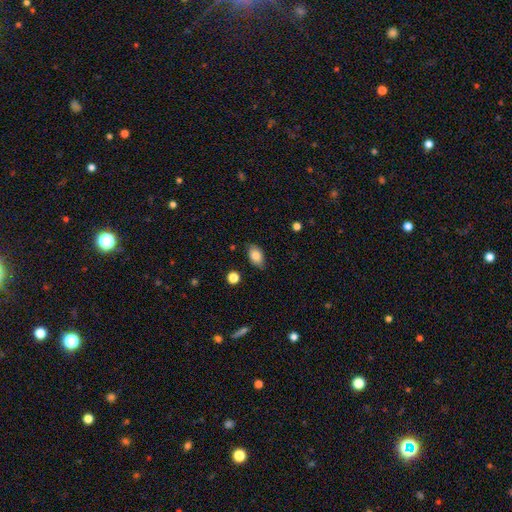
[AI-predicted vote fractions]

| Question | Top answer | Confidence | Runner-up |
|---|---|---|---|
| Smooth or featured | smooth | 82% | featured or disk (10%) |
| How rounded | in between | 89% | round (9%) |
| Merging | none | 81% | minor disturbance (15%) |